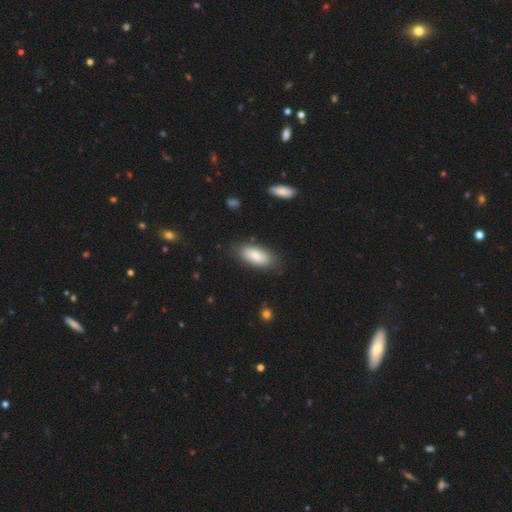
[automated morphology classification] This appears to be a smooth galaxy with no disk features (80%) that is in between round and cigar-shaped (89%). Merging: none (79%).